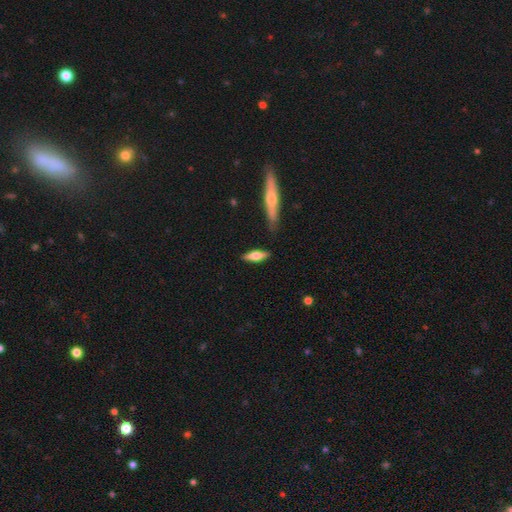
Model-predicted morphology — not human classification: type=smooth (57%); roundness=cigar-shaped (54%); merging=none (84%).